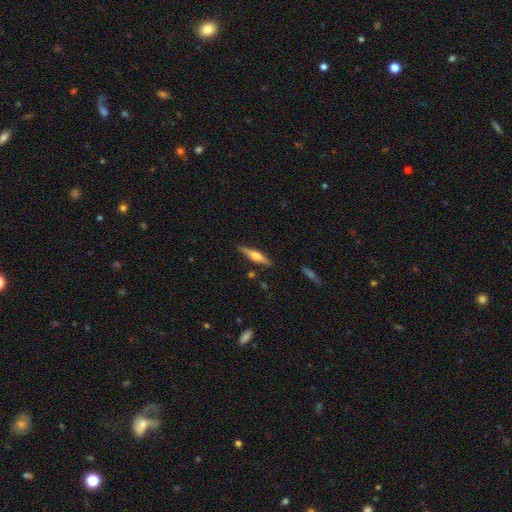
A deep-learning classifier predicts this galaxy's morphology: smooth-or-featured: featured or disk: 57% | smooth: 37% | star or artifact: 6%
  disk-edge-on: yes: 96% | no: 4%
    edge-on-bulge: rounded: 85% | boxy: 11% | none: 4%
  merging: none: 87% | minor disturbance: 9% | major disturbance: 2% | merger: 2%